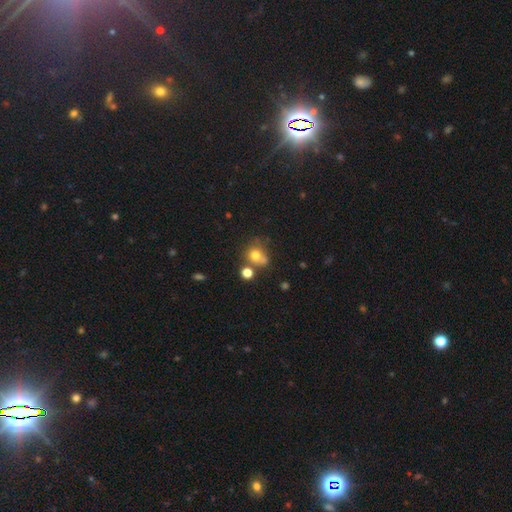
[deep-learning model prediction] The model was most divided on "merging": none: 40%, merger: 26%, minor disturbance: 20%, major disturbance: 13%. More confident: smooth or featured — smooth (74%); how rounded — round (66%).